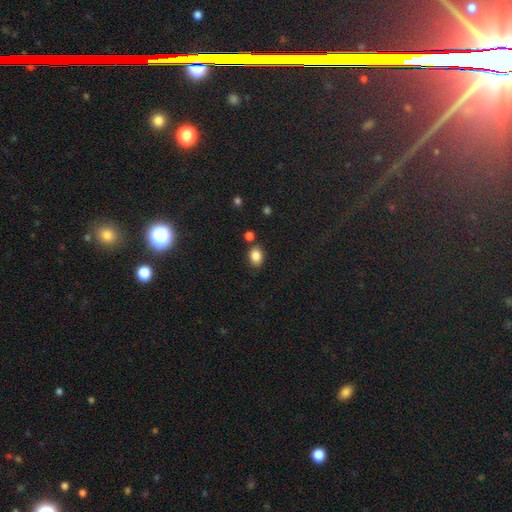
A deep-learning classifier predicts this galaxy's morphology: A smooth galaxy with no disk features (85%) that is in between round and cigar-shaped (67%). Merging: none (75%).